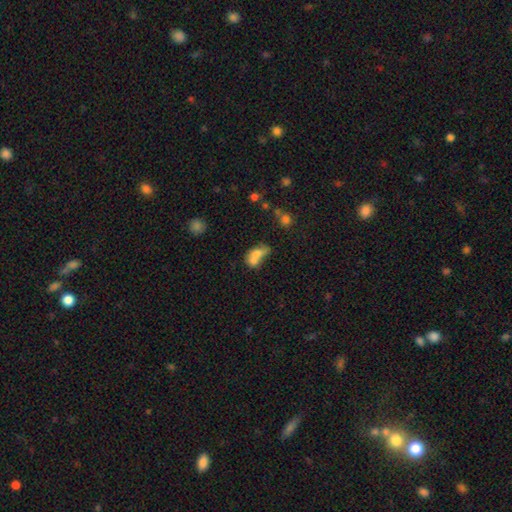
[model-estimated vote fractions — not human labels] A smooth galaxy with no disk features (68%) that is in between round and cigar-shaped (79%). Merging: merger (56%).